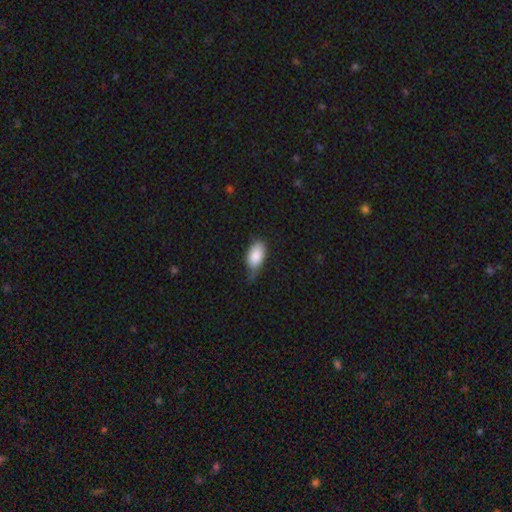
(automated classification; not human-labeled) A smooth galaxy with no disk features (86%) that is in between round and cigar-shaped (93%). Merging: minor disturbance (44%, tied with none).